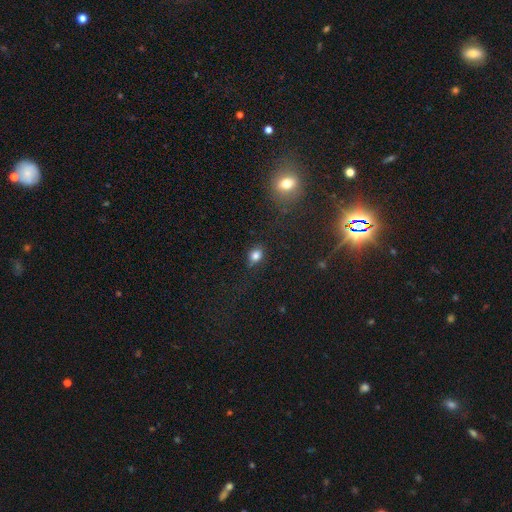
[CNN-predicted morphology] Smooth or featured?
  - smooth: 81% *
  - star or artifact: 13%
  - featured or disk: 7%
How rounded?
  - in between: 54% *
  - round: 45%
  - cigar-shaped: 2%
Merging?
  - none: 77% *
  - minor disturbance: 16%
  - major disturbance: 4%
  - merger: 2%